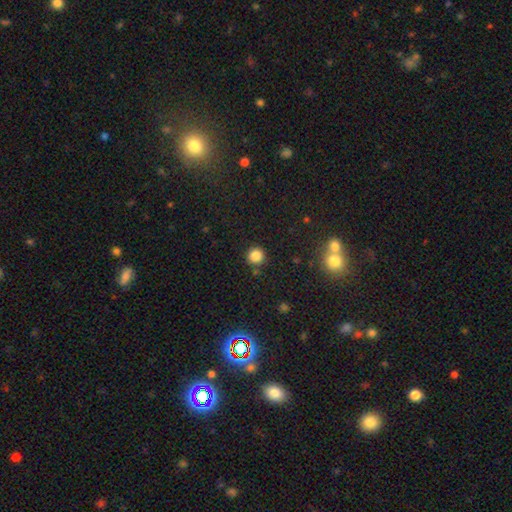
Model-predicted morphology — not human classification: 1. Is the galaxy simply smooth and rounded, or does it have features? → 84% smooth, 12% star or artifact, 4% featured or disk.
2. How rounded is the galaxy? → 94% round, 5% in between, 1% cigar-shaped.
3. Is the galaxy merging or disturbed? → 88% none, 7% minor disturbance, 3% merger, 2% major disturbance.